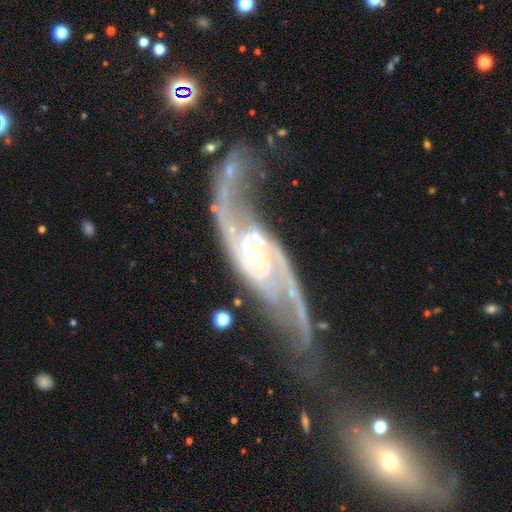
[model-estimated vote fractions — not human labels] Smooth or featured? Predicted: featured or disk (p=0.92). Edge-on disk? Predicted: no (p=0.94). Bar? Predicted: no (p=0.53). Spiral arms? Predicted: yes (p=0.97). Spiral winding? Predicted: medium (p=0.41). Spiral arm count? Predicted: 2 (p=0.82). Bulge size? Predicted: moderate (p=0.68). Merging? Predicted: none (p=0.49).